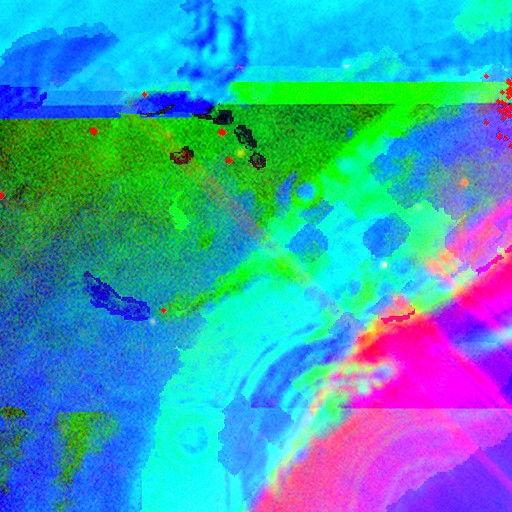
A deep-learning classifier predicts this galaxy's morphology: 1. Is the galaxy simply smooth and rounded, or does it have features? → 88% star or artifact, 7% featured or disk, 5% smooth.